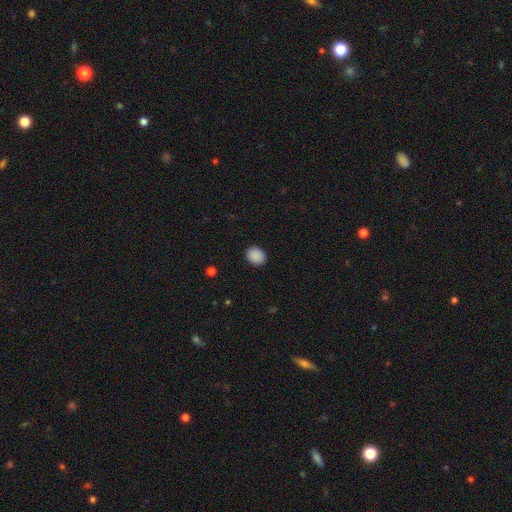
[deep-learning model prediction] A smooth galaxy with no disk features (89%) that is round (61%).

Vote fractions:
- Smooth or featured? smooth: 89% / star or artifact: 9% / featured or disk: 2%
- How rounded? round: 61% / in between: 38% / cigar-shaped: 1%
- Merging? none: 90% / minor disturbance: 7% / major disturbance: 2% / merger: 1%